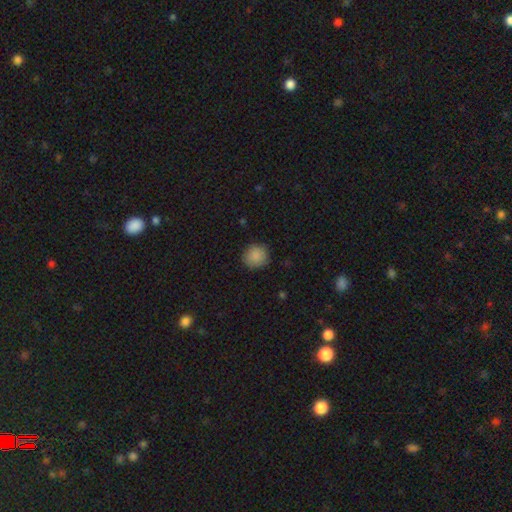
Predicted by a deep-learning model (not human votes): Morphology: type=smooth (88%); roundness=round (90%); merging=none (88%).